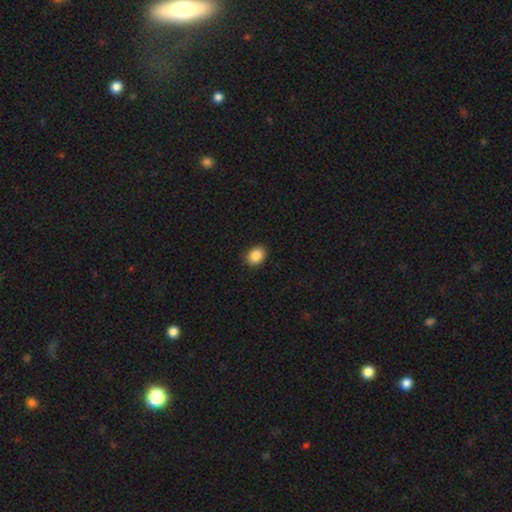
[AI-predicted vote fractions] The model was most divided on "how rounded": in between: 61%, round: 38%, cigar-shaped: 1%. More confident: merging — none (88%); smooth or featured — smooth (87%).